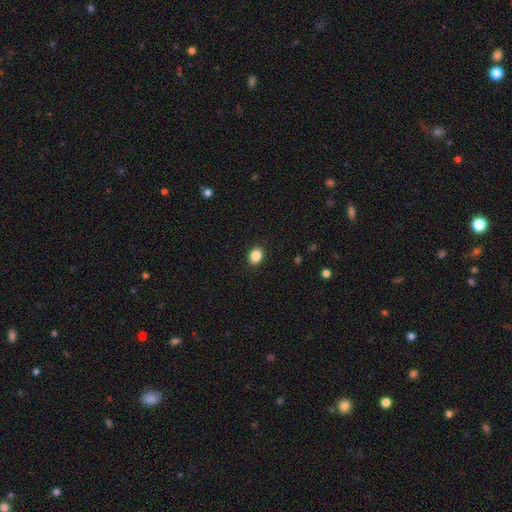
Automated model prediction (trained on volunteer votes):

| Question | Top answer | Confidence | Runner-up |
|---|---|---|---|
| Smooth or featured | smooth | 87% | star or artifact (9%) |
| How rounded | in between | 59% | round (40%) |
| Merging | none | 90% | minor disturbance (7%) |